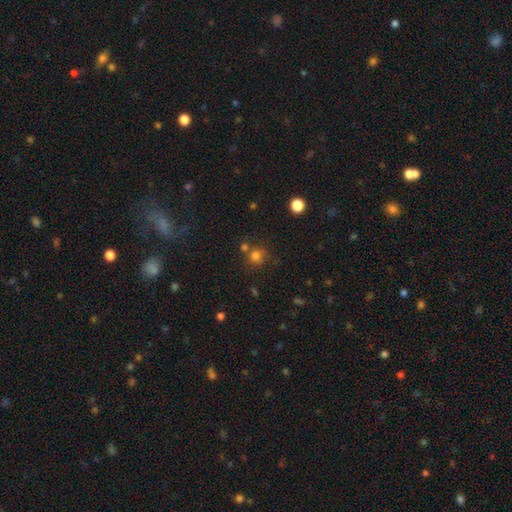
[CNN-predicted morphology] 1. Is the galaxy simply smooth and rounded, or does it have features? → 75% smooth, 17% star or artifact, 8% featured or disk.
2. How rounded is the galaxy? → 89% round, 10% in between, 1% cigar-shaped.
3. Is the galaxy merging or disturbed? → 64% none, 20% merger, 11% minor disturbance, 5% major disturbance.